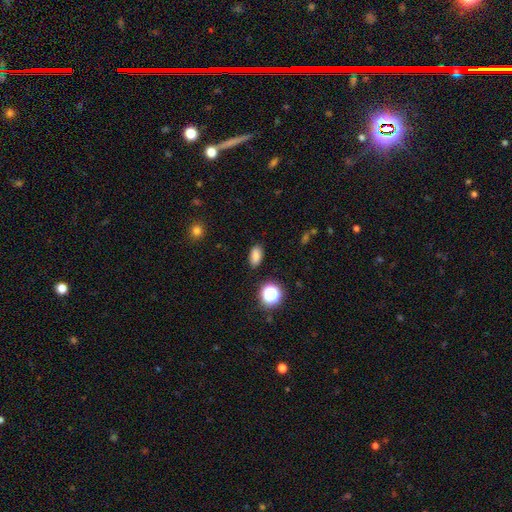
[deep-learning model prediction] smooth 81%, star or artifact 14%, featured or disk 6%. Down the decision tree: how rounded — in between (86%); merging — none (86%).